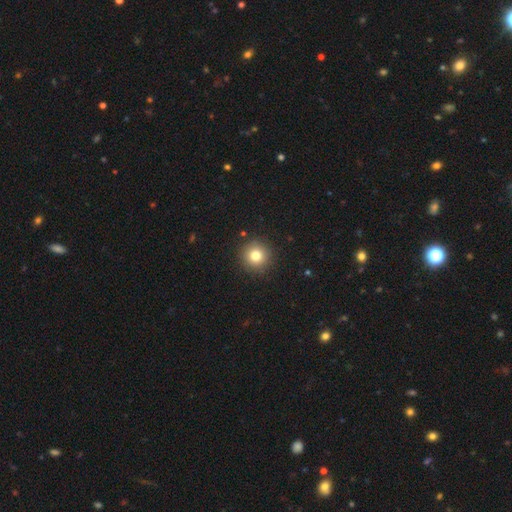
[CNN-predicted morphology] This appears to be a smooth galaxy with no disk features (78%) that is round (95%). Merging: none (91%).